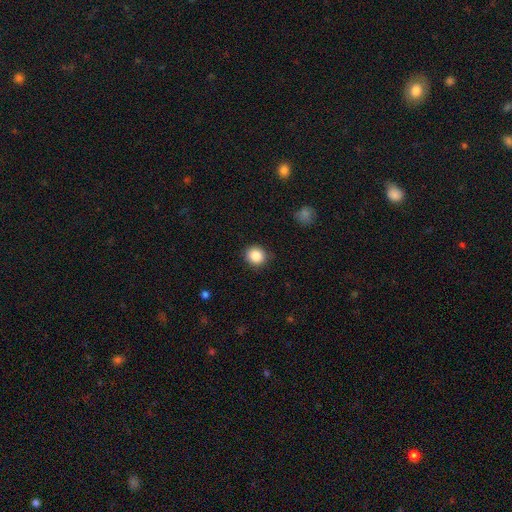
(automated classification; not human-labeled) The model was most divided on "how rounded": round: 86%, in between: 13%, cigar-shaped: 1%. More confident: merging — none (88%); smooth or featured — smooth (87%).